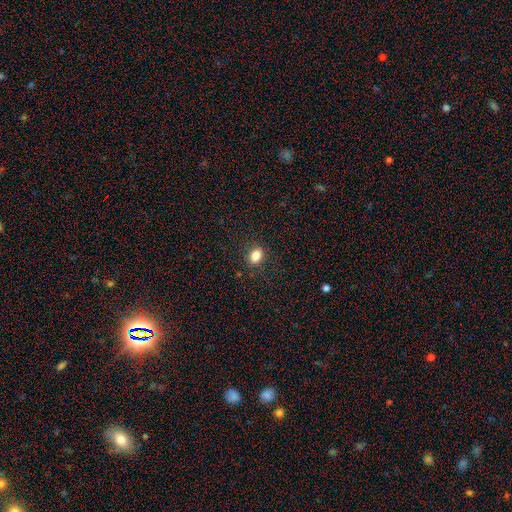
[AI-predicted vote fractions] smooth-or-featured: smooth: 83% | star or artifact: 11% | featured or disk: 5%
  how-rounded: in between: 64% | round: 35% | cigar-shaped: 1%
  merging: none: 87% | minor disturbance: 9% | major disturbance: 3% | merger: 1%